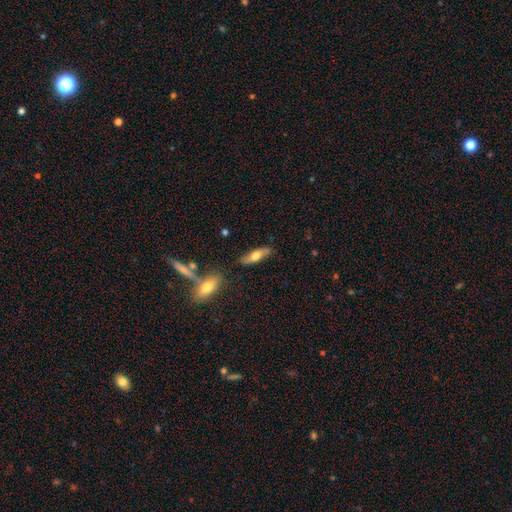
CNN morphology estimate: Smooth or featured: smooth — 59% (featured or disk — 34%)
How rounded: in between — 49% (cigar-shaped — 48%)
Merging: none — 79% (minor disturbance — 14%)